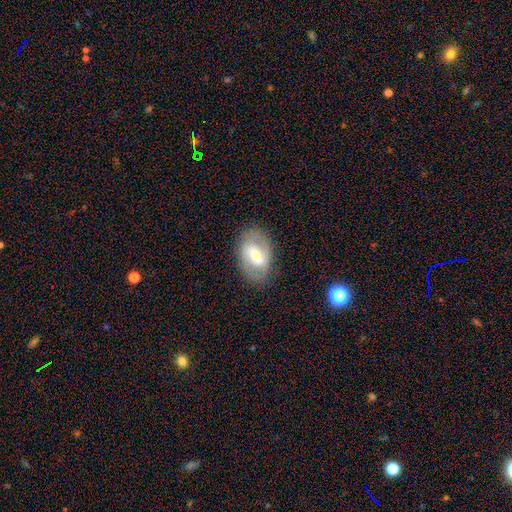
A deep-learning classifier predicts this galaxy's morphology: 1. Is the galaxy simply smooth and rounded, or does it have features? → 66% featured or disk, 28% smooth, 7% star or artifact.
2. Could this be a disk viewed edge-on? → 95% no, 5% yes.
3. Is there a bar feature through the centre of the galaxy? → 46% weak, 36% strong, 18% no.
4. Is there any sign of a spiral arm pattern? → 77% yes, 23% no.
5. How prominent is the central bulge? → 49% small, 40% moderate, 6% large, 3% none, 1% dominant.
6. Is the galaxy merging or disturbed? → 81% none, 13% minor disturbance, 5% major disturbance, 1% merger.